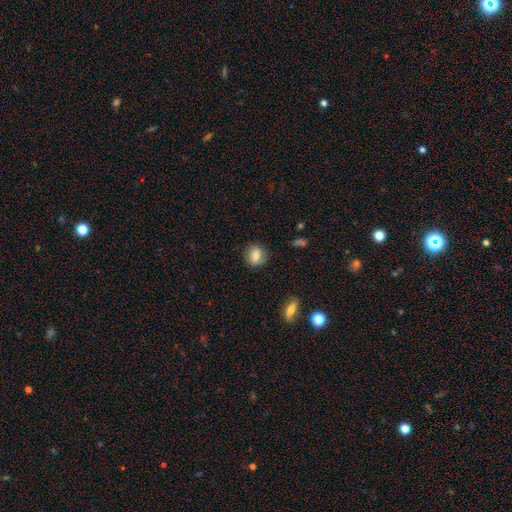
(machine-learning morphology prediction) The model was most divided on "smooth or featured": smooth: 74%, featured or disk: 17%, star or artifact: 9%. More confident: merging — none (84%); how rounded — round (81%).